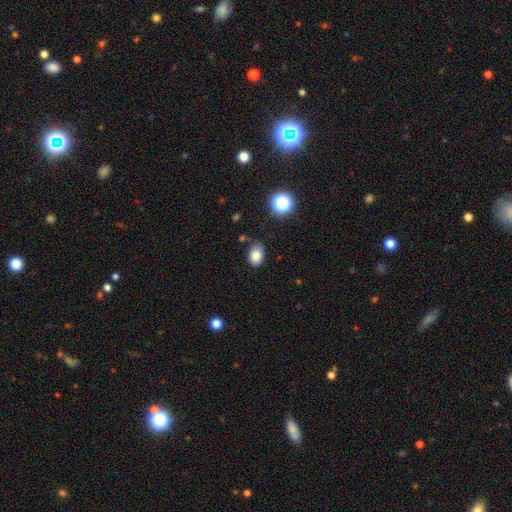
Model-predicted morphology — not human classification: Smooth or featured? smooth (81%)
How rounded? in between (76%)
Merging? none (73%)